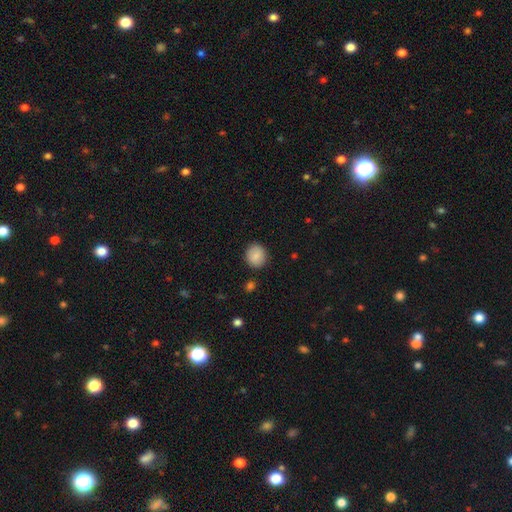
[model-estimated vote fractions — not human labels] Morphology: type=smooth (87%); roundness=round (80%); merging=none (87%).